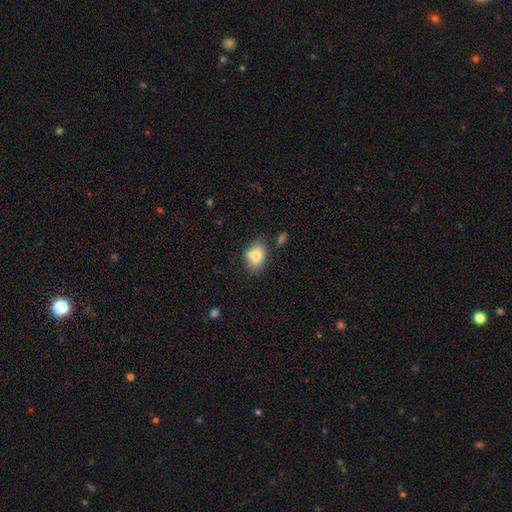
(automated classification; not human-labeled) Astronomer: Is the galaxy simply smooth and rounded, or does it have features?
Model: smooth — 79%.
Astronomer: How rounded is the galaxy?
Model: in between — 73%.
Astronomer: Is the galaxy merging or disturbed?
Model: none — 60%.